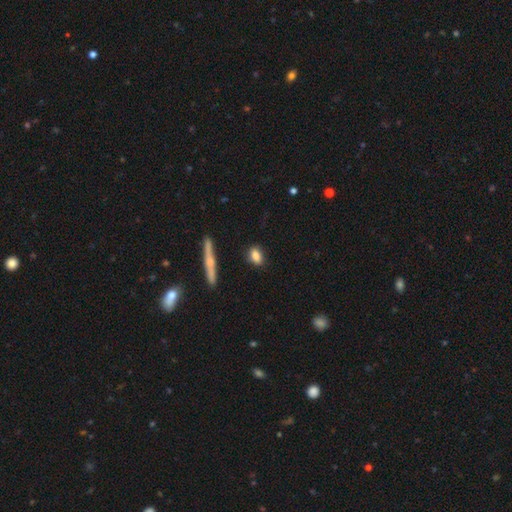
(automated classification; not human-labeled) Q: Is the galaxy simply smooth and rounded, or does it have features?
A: smooth — 84%.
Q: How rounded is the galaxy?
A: in between — 74%.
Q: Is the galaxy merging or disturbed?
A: none — 84%.